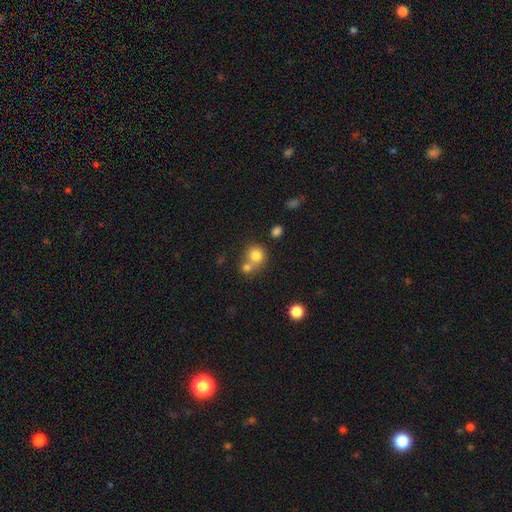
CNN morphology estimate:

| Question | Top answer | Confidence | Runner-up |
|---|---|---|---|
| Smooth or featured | smooth | 78% | featured or disk (11%) |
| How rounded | round | 81% | in between (18%) |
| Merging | merger | 50% | none (38%) |